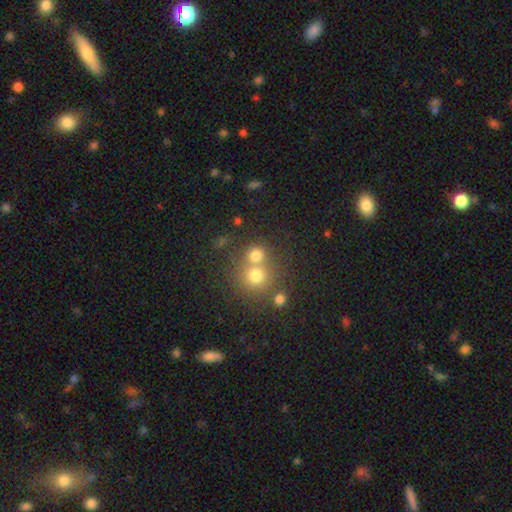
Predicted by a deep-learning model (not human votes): Q: Smooth or featured?
A: smooth (72%); runner-up: star or artifact (16%)
Q: How rounded?
A: round (87%); runner-up: in between (12%)
Q: Merging?
A: none (48%); runner-up: merger (42%)